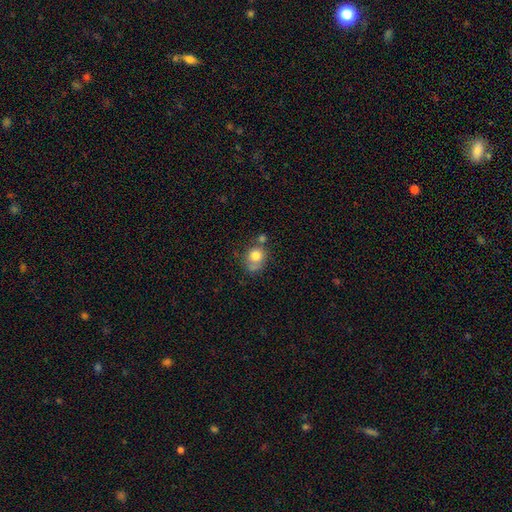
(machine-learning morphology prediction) The model was most divided on "merging": none: 46%, merger: 23%, minor disturbance: 21%, major disturbance: 10%. More confident: smooth or featured — smooth (77%); how rounded — round (72%).